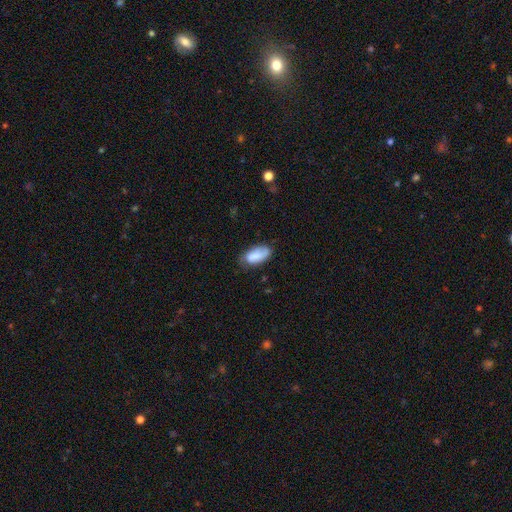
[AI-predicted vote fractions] Smooth or featured?
  - smooth: 76% *
  - featured or disk: 17%
  - star or artifact: 7%
How rounded?
  - in between: 93% *
  - cigar-shaped: 4%
  - round: 3%
Merging?
  - none: 61% *
  - minor disturbance: 29%
  - major disturbance: 8%
  - merger: 2%